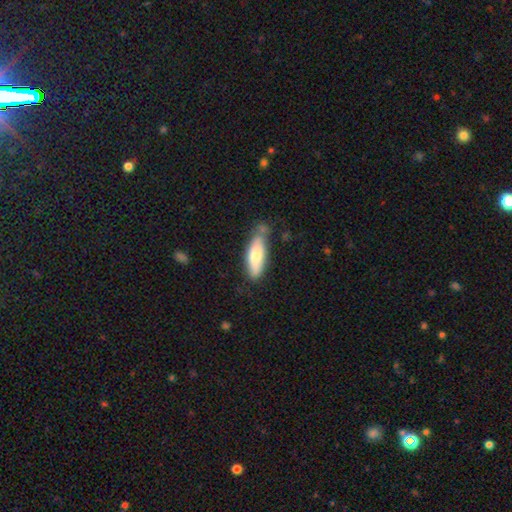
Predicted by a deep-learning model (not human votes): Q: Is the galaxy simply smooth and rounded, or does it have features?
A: smooth — 72%.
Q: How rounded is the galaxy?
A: in between — 53%.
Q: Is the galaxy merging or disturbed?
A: none — 61%.